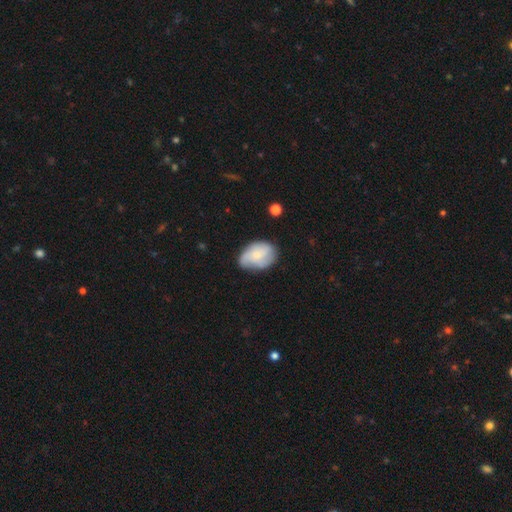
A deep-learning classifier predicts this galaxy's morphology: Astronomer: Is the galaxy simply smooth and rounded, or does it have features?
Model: smooth — 52% (runner-up: featured or disk, 41%).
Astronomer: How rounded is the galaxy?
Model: in between — 79%.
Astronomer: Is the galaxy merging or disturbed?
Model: none — 63%.